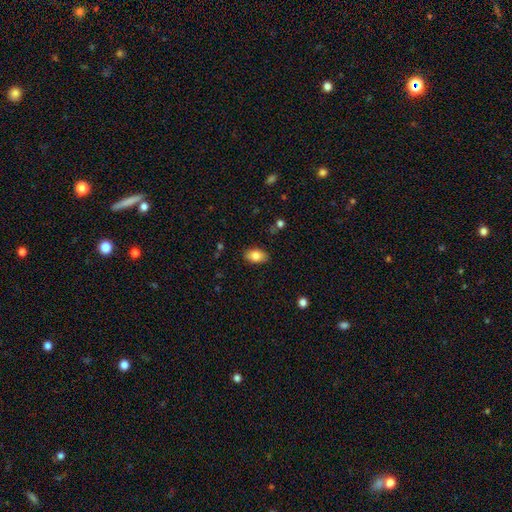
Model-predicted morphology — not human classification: Overall: smooth (83%). How rounded: in between (91%). Merging: none (86%).